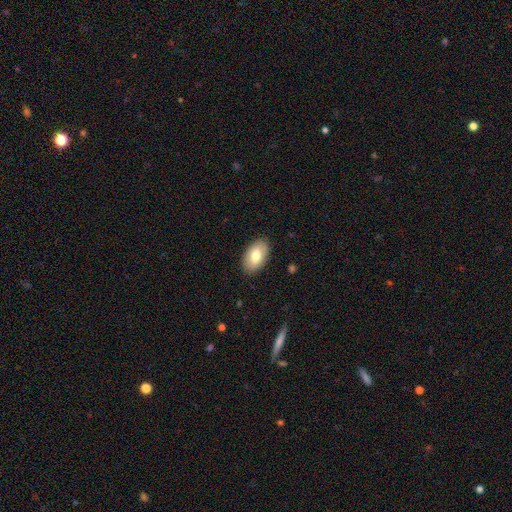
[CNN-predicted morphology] A smooth galaxy with no disk features (76%) that is in between round and cigar-shaped (93%).

Vote fractions:
- Smooth or featured? smooth: 76% / featured or disk: 18% / star or artifact: 6%
- How rounded? in between: 93% / round: 5% / cigar-shaped: 1%
- Merging? none: 87% / minor disturbance: 9% / major disturbance: 2% / merger: 1%